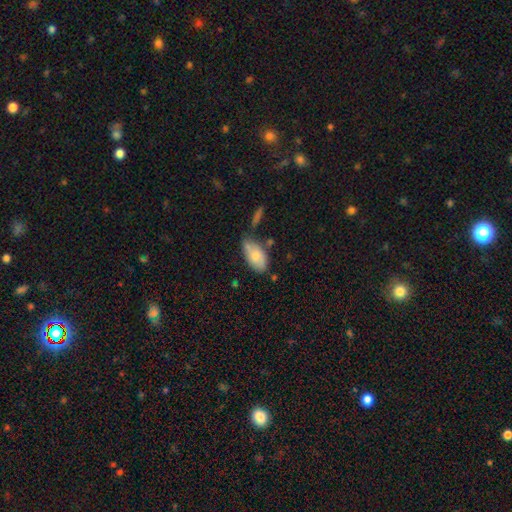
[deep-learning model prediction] Smooth or featured? smooth (77%)
How rounded? in between (93%)
Merging? none (54%)